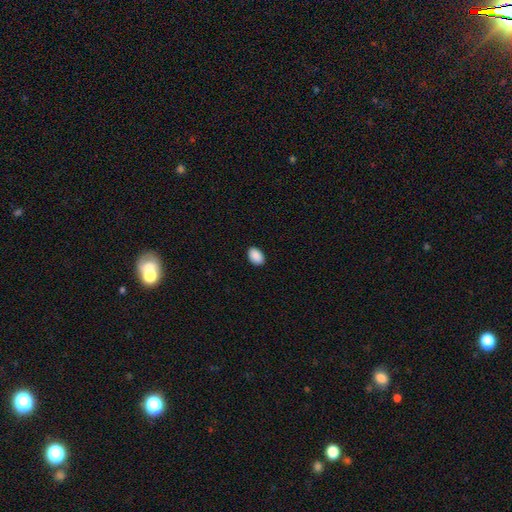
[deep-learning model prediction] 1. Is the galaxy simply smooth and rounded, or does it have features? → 91% smooth, 7% star or artifact, 2% featured or disk.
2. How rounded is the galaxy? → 86% in between, 12% round, 1% cigar-shaped.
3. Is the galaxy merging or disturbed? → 90% none, 7% minor disturbance, 2% major disturbance, 1% merger.